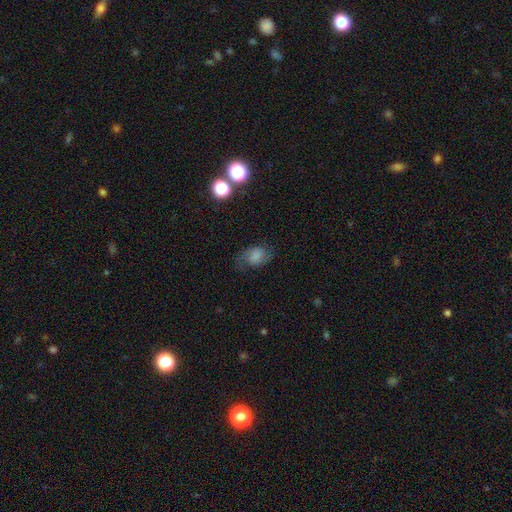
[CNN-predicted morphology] Smooth or featured? featured or disk (45%)
Merging? none (67%)